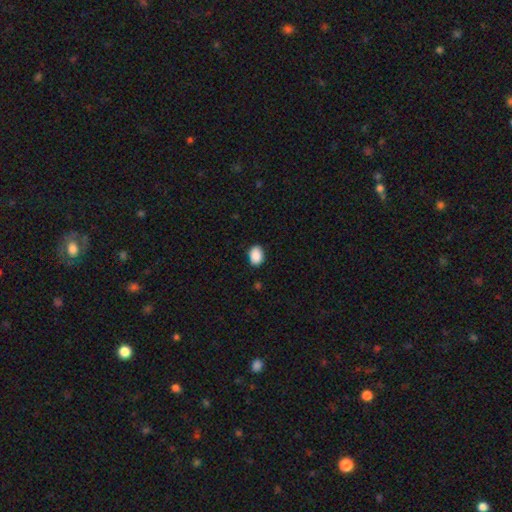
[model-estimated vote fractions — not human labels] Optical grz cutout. It shows a smooth galaxy with no disk features (90%) that is in between round and cigar-shaped (76%). Merging: none (86%).